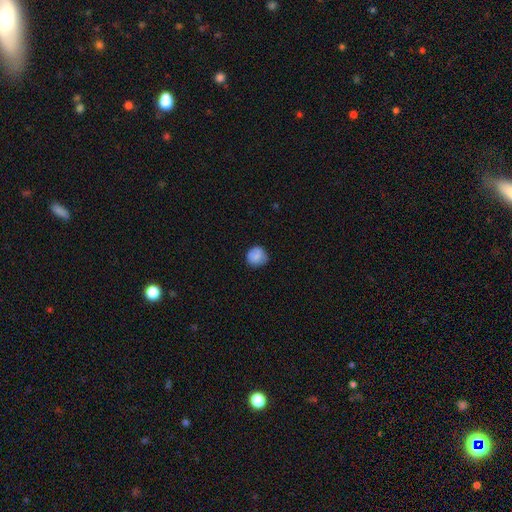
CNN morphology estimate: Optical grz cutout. It shows a smooth galaxy with no disk features (84%) that is round (89%). Merging: none (78%).